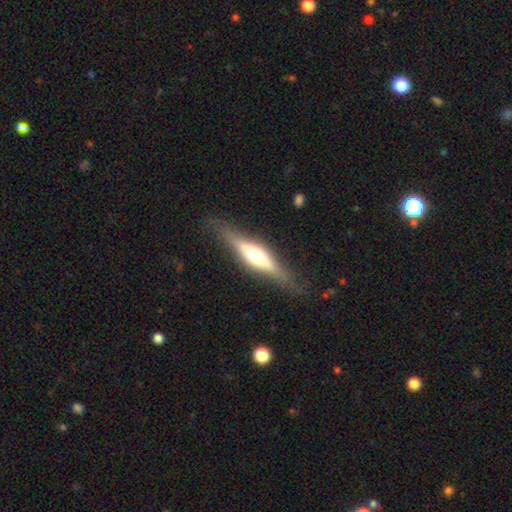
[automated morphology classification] Smooth or featured?
  - featured or disk: 66% *
  - smooth: 28%
  - star or artifact: 6%
Edge-on disk?
  - yes: 93% *
  - no: 7%
Edge-on bulge?
  - rounded: 85% *
  - boxy: 11%
  - none: 4%
Merging?
  - none: 82% *
  - minor disturbance: 13%
  - major disturbance: 4%
  - merger: 1%